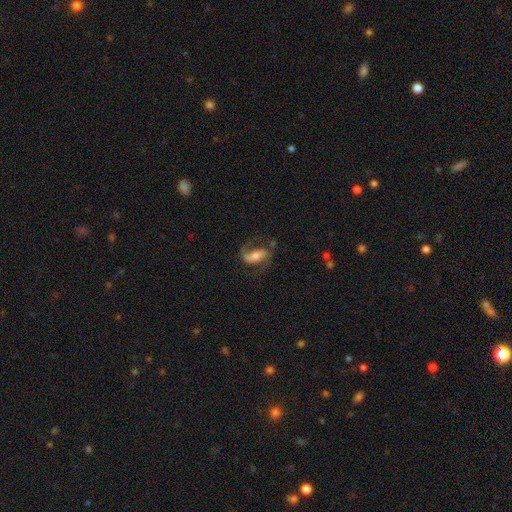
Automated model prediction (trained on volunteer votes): Smooth or featured? featured or disk (75%)
Edge-on disk? no (95%)
Bar? strong (44%)
Spiral arms? yes (91%)
Spiral winding? medium (48%)
Spiral arm count? 2 (86%)
Bulge size? moderate (56%)
Merging? none (66%)